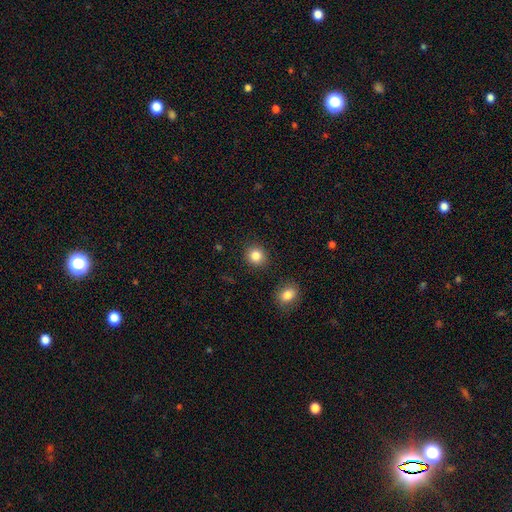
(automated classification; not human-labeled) A smooth galaxy with no disk features (84%) that is round (84%).

Vote fractions:
- Smooth or featured? smooth: 84% / star or artifact: 11% / featured or disk: 5%
- How rounded? round: 84% / in between: 16% / cigar-shaped: 1%
- Merging? none: 89% / minor disturbance: 7% / major disturbance: 2% / merger: 2%